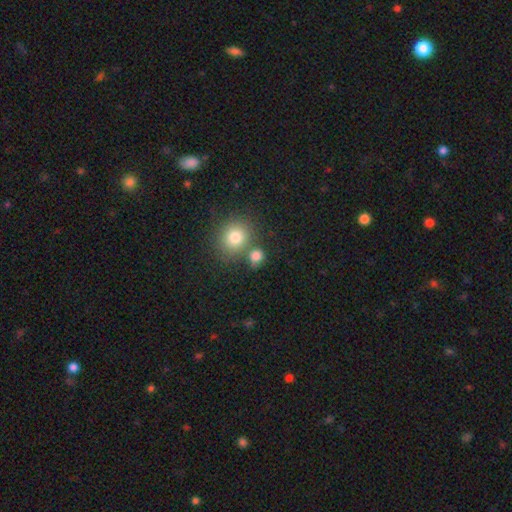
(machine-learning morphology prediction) The model was most divided on "merging": none: 59%, merger: 25%, minor disturbance: 12%, major disturbance: 5%. More confident: smooth or featured — smooth (81%); how rounded — round (74%).